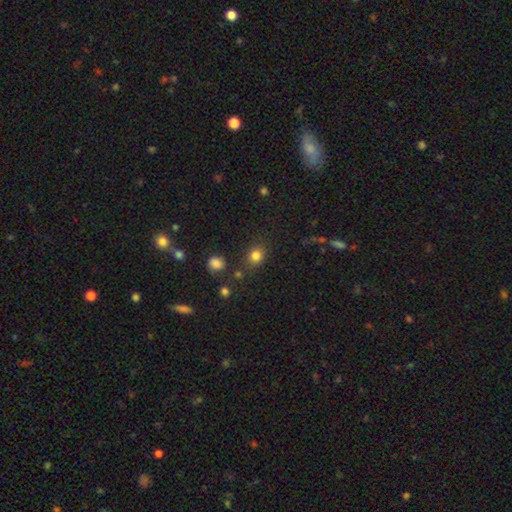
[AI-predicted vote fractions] Smooth or featured? Predicted: smooth (p=0.82). How rounded? Predicted: round (p=0.72). Merging? Predicted: none (p=0.79).